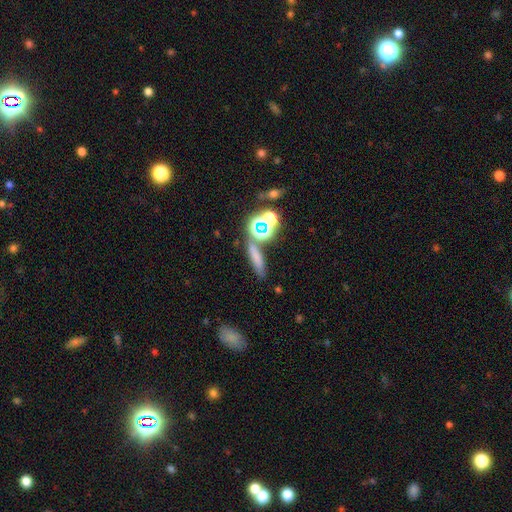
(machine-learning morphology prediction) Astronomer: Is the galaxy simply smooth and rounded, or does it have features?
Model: smooth — 63%.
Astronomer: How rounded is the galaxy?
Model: cigar-shaped — 65%.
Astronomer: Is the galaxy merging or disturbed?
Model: none — 67%.